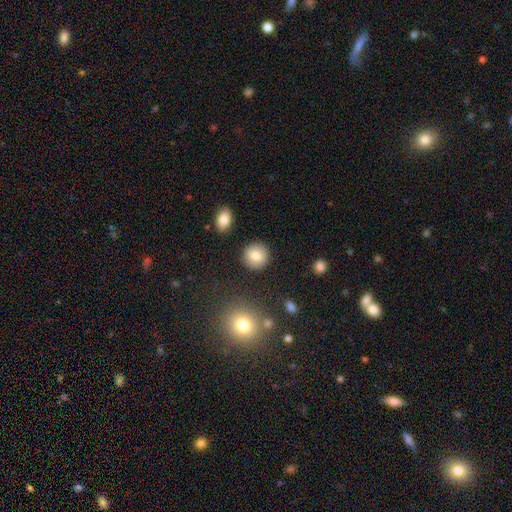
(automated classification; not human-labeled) smooth-or-featured: smooth: 80% | featured or disk: 12% | star or artifact: 8%
  how-rounded: round: 91% | in between: 8% | cigar-shaped: 1%
  merging: none: 90% | minor disturbance: 6% | major disturbance: 2% | merger: 2%